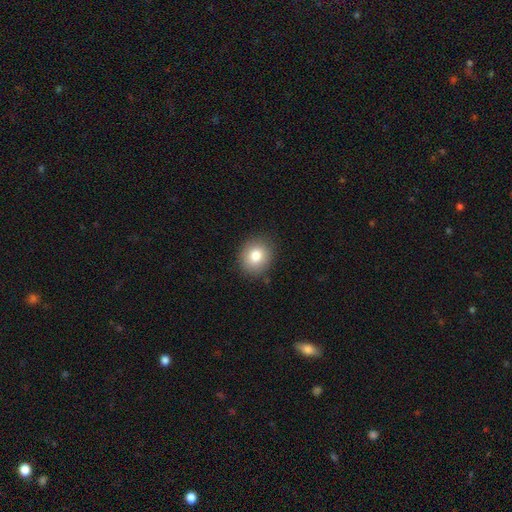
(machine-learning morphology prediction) A smooth galaxy with no disk features (82%) that is round (75%). Merging: none (87%).